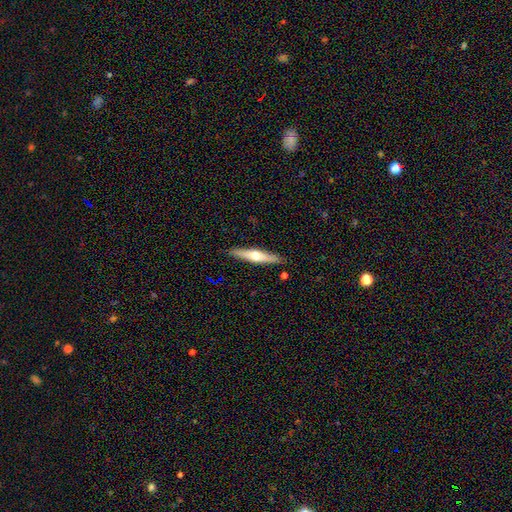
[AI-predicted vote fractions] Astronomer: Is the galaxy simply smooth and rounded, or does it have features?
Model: featured or disk — 57% (runner-up: smooth, 38%).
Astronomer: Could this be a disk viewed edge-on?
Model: yes — 95%.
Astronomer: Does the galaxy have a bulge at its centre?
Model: rounded — 92%.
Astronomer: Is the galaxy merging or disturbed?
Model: none — 90%.